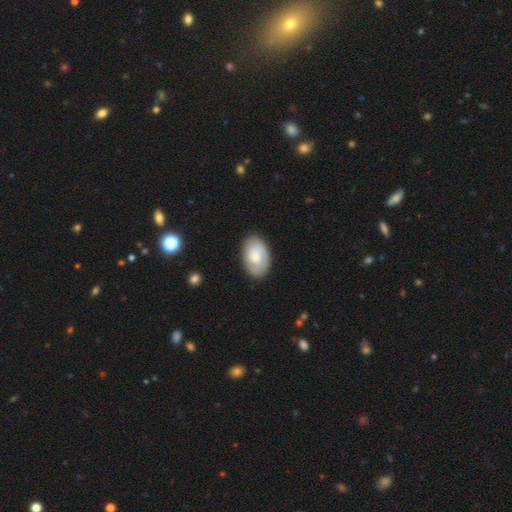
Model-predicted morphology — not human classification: Smooth or featured?
  - smooth: 68% *
  - featured or disk: 26%
  - star or artifact: 6%
How rounded?
  - in between: 92% *
  - round: 7%
  - cigar-shaped: 1%
Merging?
  - none: 82% *
  - minor disturbance: 14%
  - major disturbance: 3%
  - merger: 1%